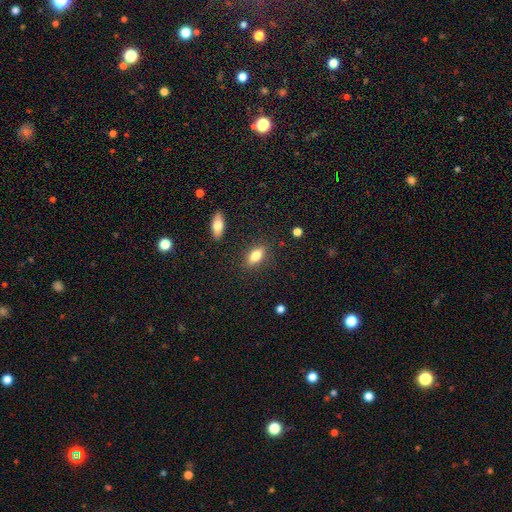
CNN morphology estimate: smooth 80%, featured or disk 12%, star or artifact 8%. Down the decision tree: how rounded — in between (83%); merging — none (84%).